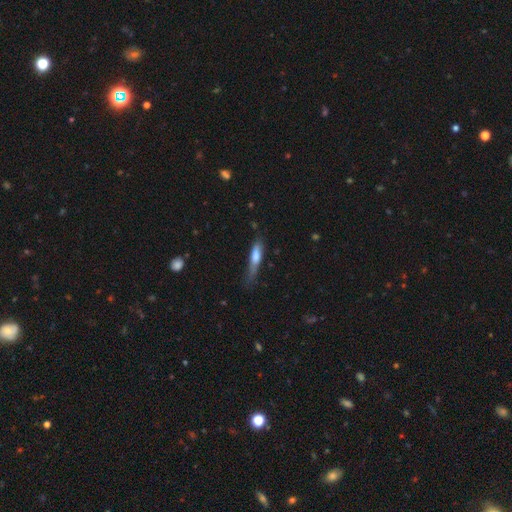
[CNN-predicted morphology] A smooth galaxy with no disk features (69%) that is cigar-shaped (75%).

Vote fractions:
- Smooth or featured? smooth: 69% / featured or disk: 24% / star or artifact: 7%
- How rounded? cigar-shaped: 75% / in between: 23% / round: 2%
- Merging? none: 47% / minor disturbance: 35% / major disturbance: 16% / merger: 3%